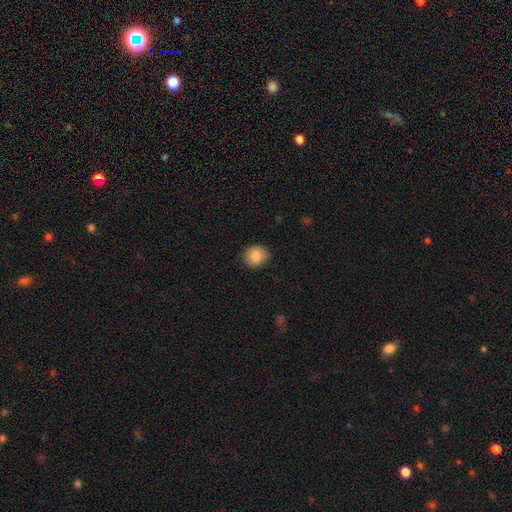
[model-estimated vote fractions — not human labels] Morphology: type=smooth (85%); roundness=round (72%); merging=none (87%).